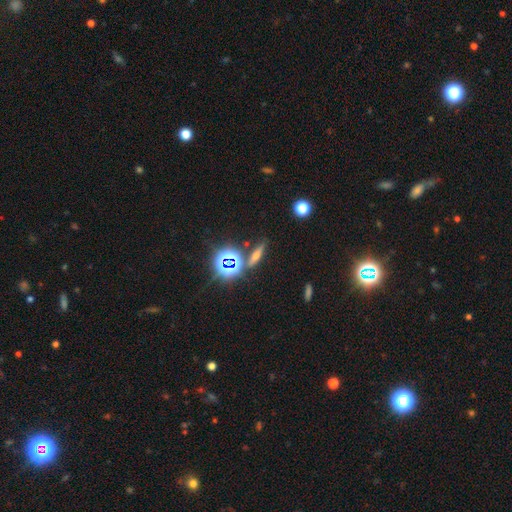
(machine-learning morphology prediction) smooth 38%, featured or disk 32%, star or artifact 30%. Down the decision tree: merging — none (80%).